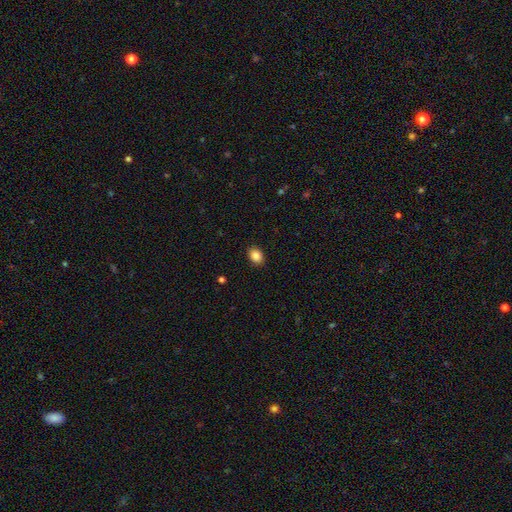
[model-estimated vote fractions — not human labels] Smooth or featured?
  - smooth: 87% *
  - star or artifact: 9%
  - featured or disk: 4%
How rounded?
  - in between: 64% *
  - round: 35%
  - cigar-shaped: 1%
Merging?
  - none: 90% *
  - minor disturbance: 7%
  - major disturbance: 2%
  - merger: 1%